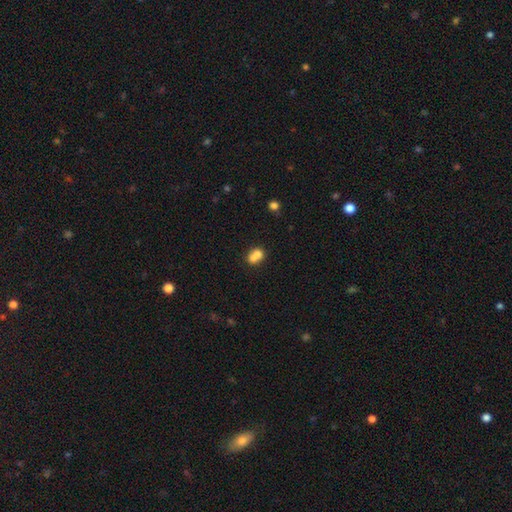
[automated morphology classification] Overall: smooth (72%). How rounded: round (57%; in between 42%). Merging: merger (64%; none 26%).